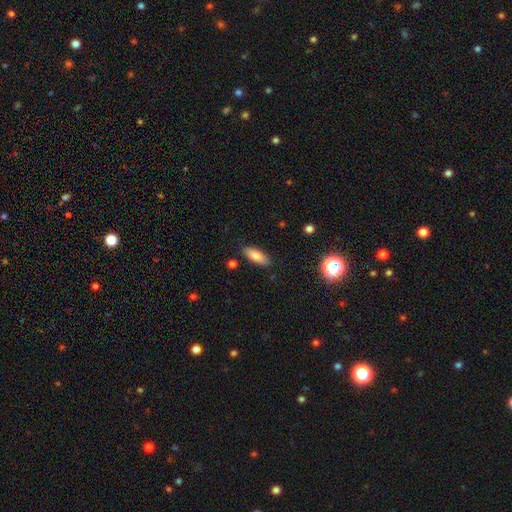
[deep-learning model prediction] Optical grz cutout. It shows a smooth galaxy with no disk features (81%) that is in between round and cigar-shaped (71%). Merging: none (86%).